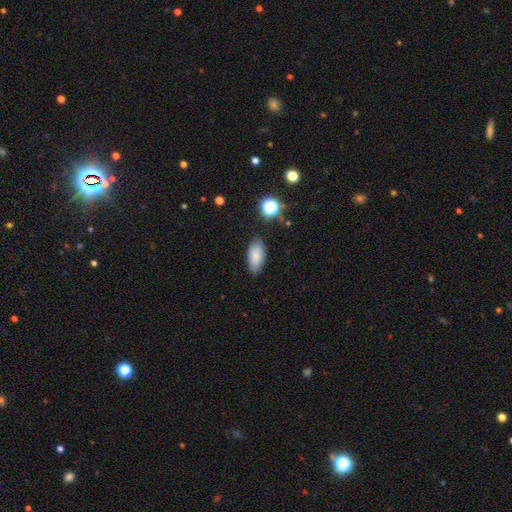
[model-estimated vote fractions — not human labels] The model was most divided on "merging": none: 82%, minor disturbance: 13%, major disturbance: 3%, merger: 2%. More confident: how rounded — in between (90%); smooth or featured — smooth (82%).